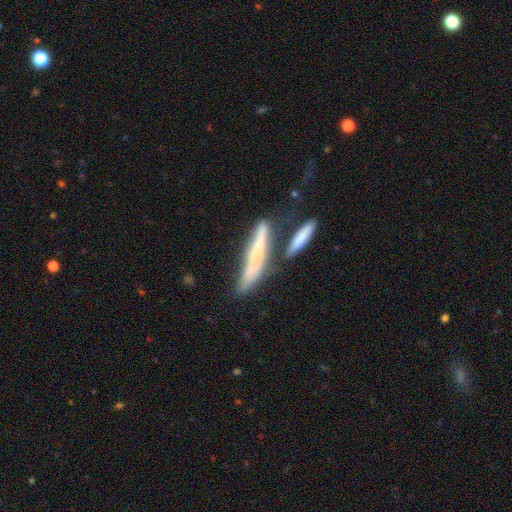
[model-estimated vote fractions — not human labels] A featured or disk galaxy (49%). Merging: none (36%).